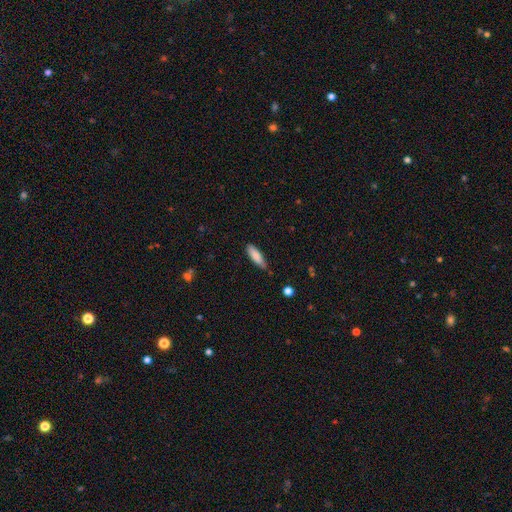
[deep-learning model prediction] Smooth or featured?
  - smooth: 84% *
  - featured or disk: 10%
  - star or artifact: 6%
How rounded?
  - cigar-shaped: 50% *
  - in between: 48%
  - round: 2%
Merging?
  - none: 71% *
  - minor disturbance: 23%
  - major disturbance: 4%
  - merger: 2%